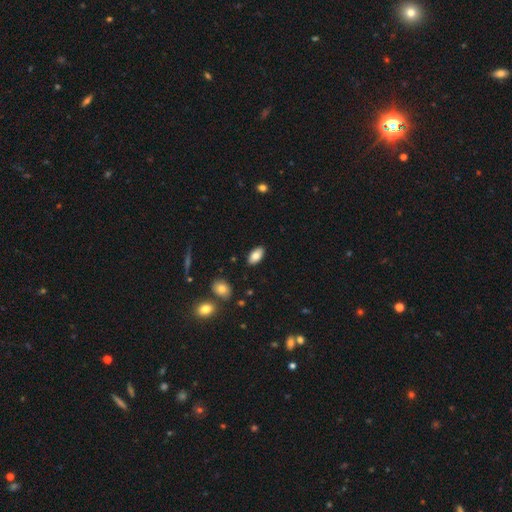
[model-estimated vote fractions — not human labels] Q: Smooth or featured?
A: smooth (82%); runner-up: featured or disk (11%)
Q: How rounded?
A: in between (93%); runner-up: cigar-shaped (4%)
Q: Merging?
A: none (88%); runner-up: minor disturbance (8%)